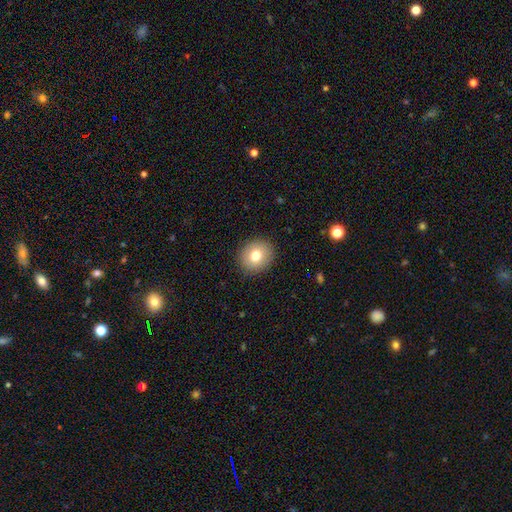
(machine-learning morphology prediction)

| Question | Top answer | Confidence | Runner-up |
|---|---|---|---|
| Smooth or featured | smooth | 77% | featured or disk (13%) |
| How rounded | round | 79% | in between (20%) |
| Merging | none | 90% | minor disturbance (7%) |